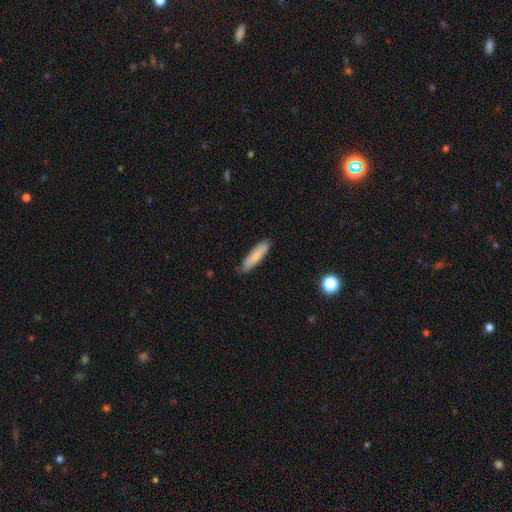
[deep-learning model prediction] Smooth or featured?
  - smooth: 79% *
  - featured or disk: 15%
  - star or artifact: 6%
How rounded?
  - cigar-shaped: 70% *
  - in between: 28%
  - round: 1%
Merging?
  - none: 82% *
  - minor disturbance: 14%
  - major disturbance: 2%
  - merger: 1%